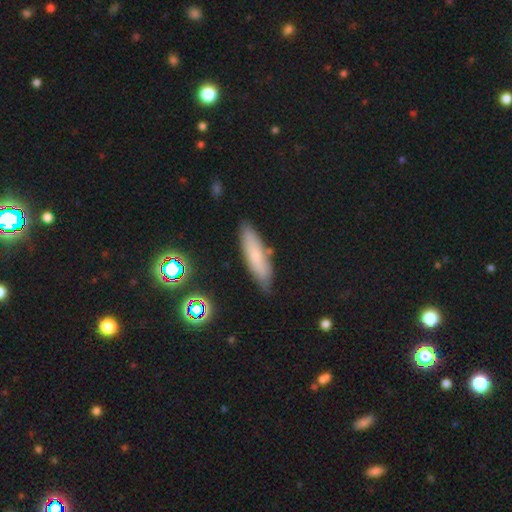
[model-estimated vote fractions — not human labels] Smooth or featured: smooth — 69% (featured or disk — 20%)
How rounded: cigar-shaped — 70% (in between — 27%)
Merging: none — 82% (minor disturbance — 13%)